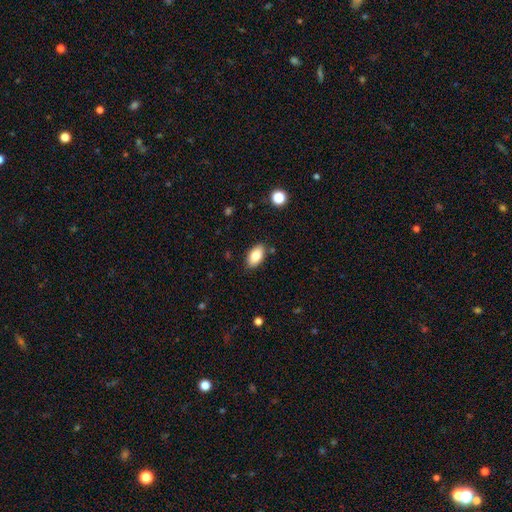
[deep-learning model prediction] The model was most divided on "merging": none: 85%, minor disturbance: 10%, major disturbance: 2%, merger: 2%. More confident: how rounded — in between (93%); smooth or featured — smooth (84%).